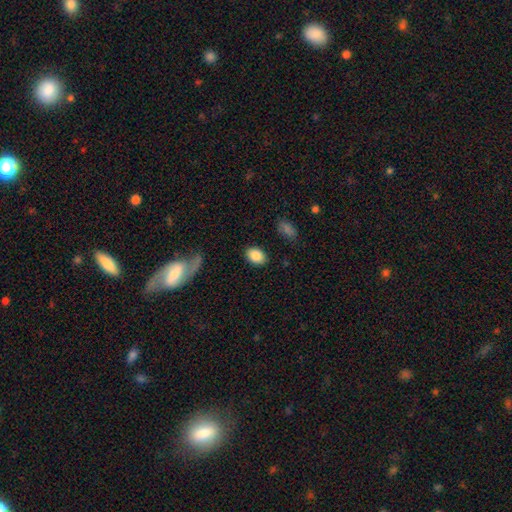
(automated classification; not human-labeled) smooth_or_featured: smooth (p=0.86) [alt: star or artifact p=0.07]
how_rounded: in between (p=0.80) [alt: round p=0.19]
merging: none (p=0.87) [alt: minor disturbance p=0.09]